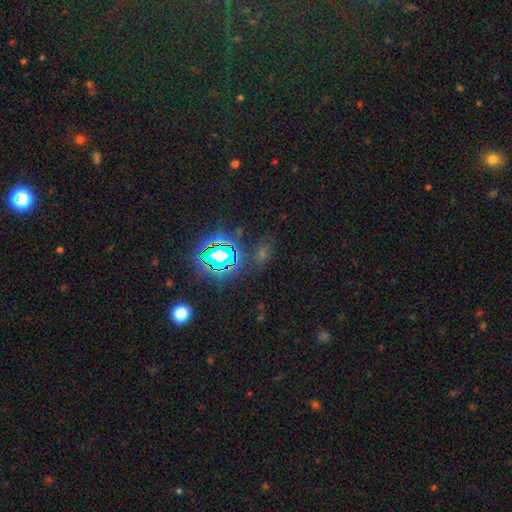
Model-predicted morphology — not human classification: A star or artifact, not a galaxy (77%).